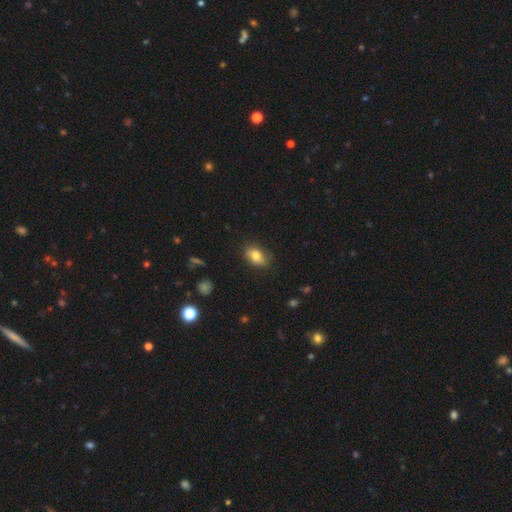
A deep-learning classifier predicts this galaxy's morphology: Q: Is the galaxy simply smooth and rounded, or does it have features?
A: smooth — 77%.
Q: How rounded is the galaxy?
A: in between — 82%.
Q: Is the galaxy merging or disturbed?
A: none — 75%.